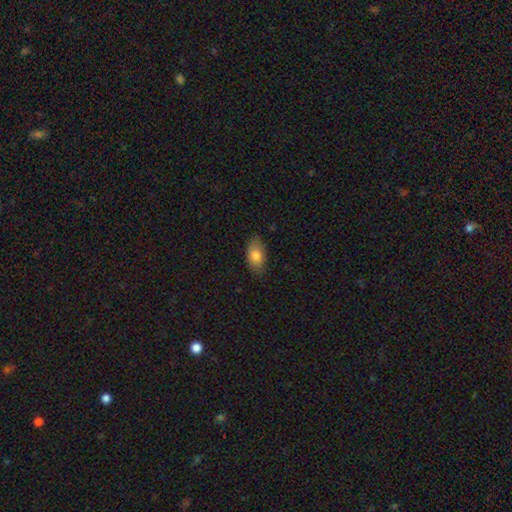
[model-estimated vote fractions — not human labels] The model was most divided on "merging": none: 80%, minor disturbance: 16%, major disturbance: 3%, merger: 1%. More confident: how rounded — in between (91%); smooth or featured — smooth (79%).